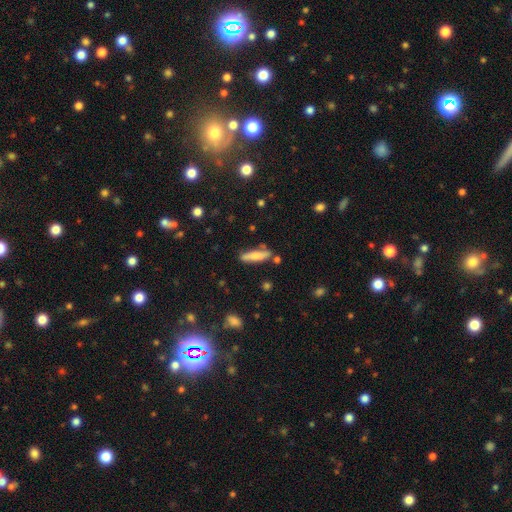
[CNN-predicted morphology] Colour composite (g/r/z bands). It shows a smooth galaxy with no disk features (67%) that is cigar-shaped (72%). Merging: none (76%).